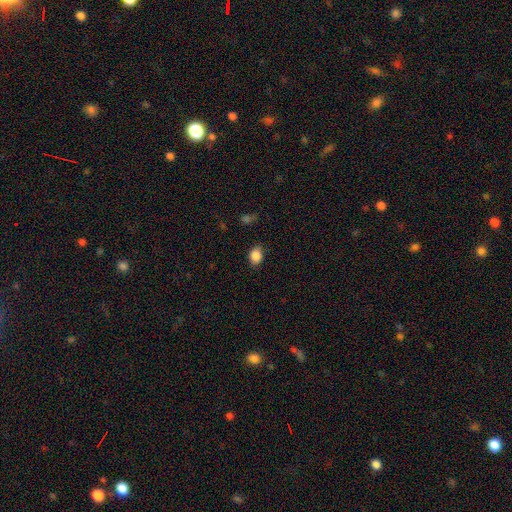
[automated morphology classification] Smooth or featured? Predicted: smooth (p=0.87). How rounded? Predicted: in between (p=0.71). Merging? Predicted: none (p=0.83).